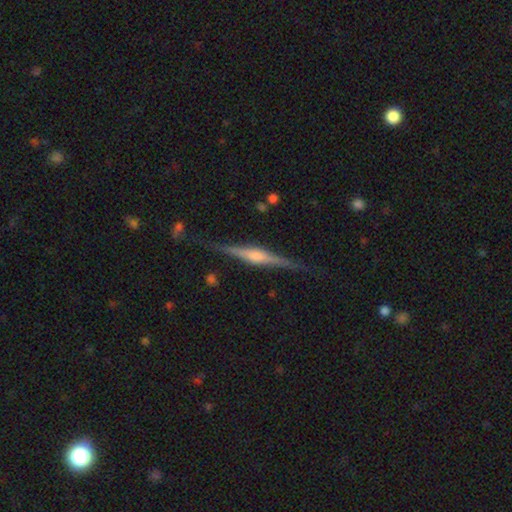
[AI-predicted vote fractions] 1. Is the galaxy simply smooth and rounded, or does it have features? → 85% featured or disk, 9% smooth, 6% star or artifact.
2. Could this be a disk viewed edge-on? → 98% yes, 2% no.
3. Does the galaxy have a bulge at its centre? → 80% rounded, 14% boxy, 6% none.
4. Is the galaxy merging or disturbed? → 88% none, 8% minor disturbance, 2% major disturbance, 1% merger.